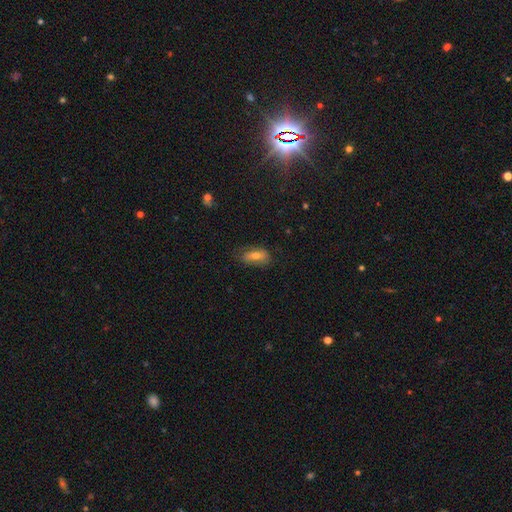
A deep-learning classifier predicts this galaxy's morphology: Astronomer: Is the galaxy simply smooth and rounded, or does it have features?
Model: smooth — 65%.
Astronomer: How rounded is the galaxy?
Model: in between — 83%.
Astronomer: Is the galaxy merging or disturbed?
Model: none — 66%.